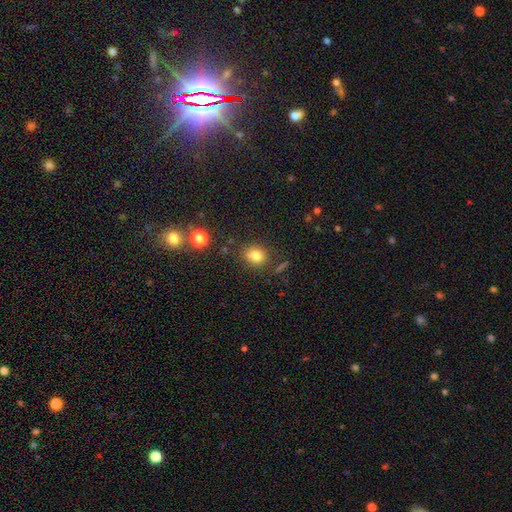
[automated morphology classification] This is likely a smooth galaxy (78%). How rounded: likely round (65%). Merging: likely none (73%).